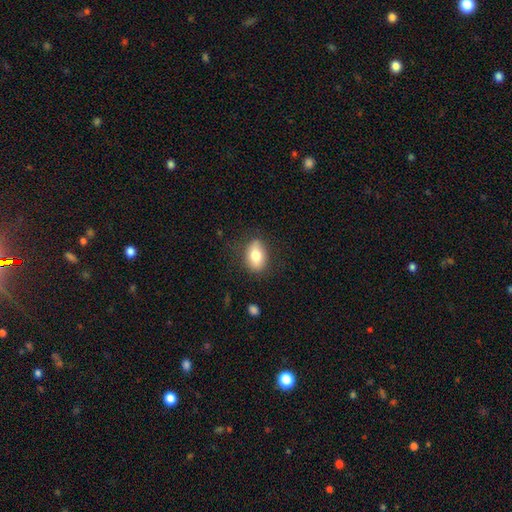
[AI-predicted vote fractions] Morphology: type=smooth (77%); roundness=in between (84%); merging=none (80%).